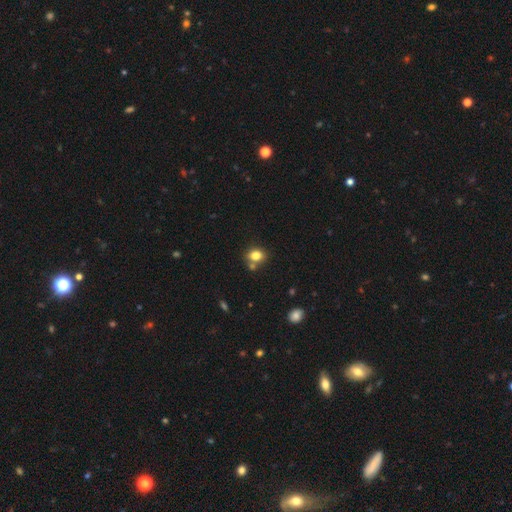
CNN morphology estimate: Q: Smooth or featured?
A: smooth (81%); runner-up: star or artifact (11%)
Q: How rounded?
A: round (52%); runner-up: in between (47%)
Q: Merging?
A: none (63%); runner-up: merger (20%)